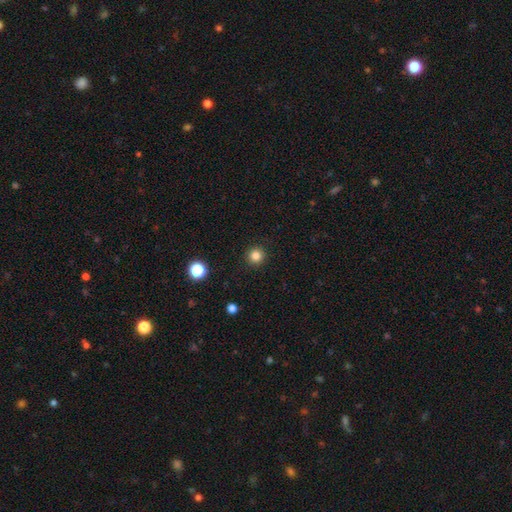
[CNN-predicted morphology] Overall: smooth (82%). How rounded: round (95%). Merging: none (93%).